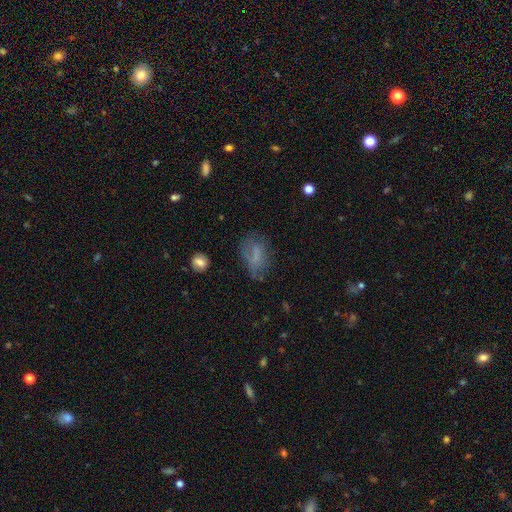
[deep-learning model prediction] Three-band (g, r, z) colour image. It shows a smooth galaxy with no disk features (60%) that is in between round and cigar-shaped (83%). Merging: none (51%).